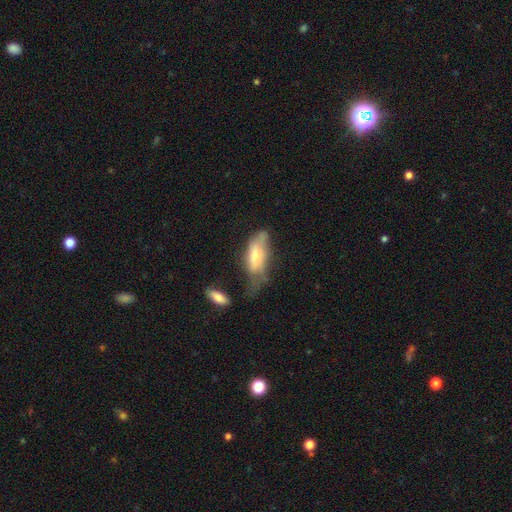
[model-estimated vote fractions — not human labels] The model was most divided on "merging" (2-way tie): major disturbance: 33%, minor disturbance: 33%, none: 27%, merger: 7%. More confident: how rounded — in between (74%); smooth or featured — smooth (63%).